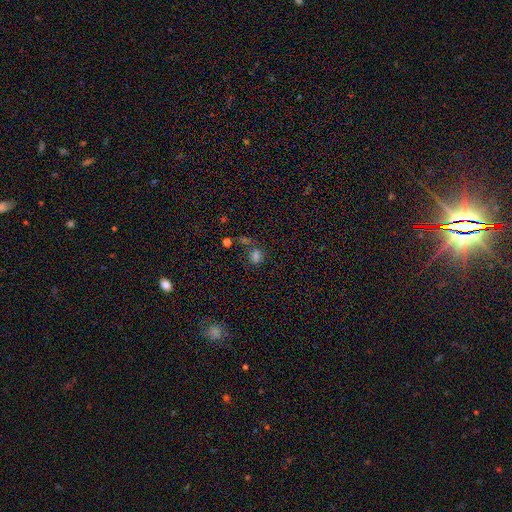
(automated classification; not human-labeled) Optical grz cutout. It shows a smooth galaxy with no disk features (63%) that is in between round and cigar-shaped (53%). Merging: none (51%).